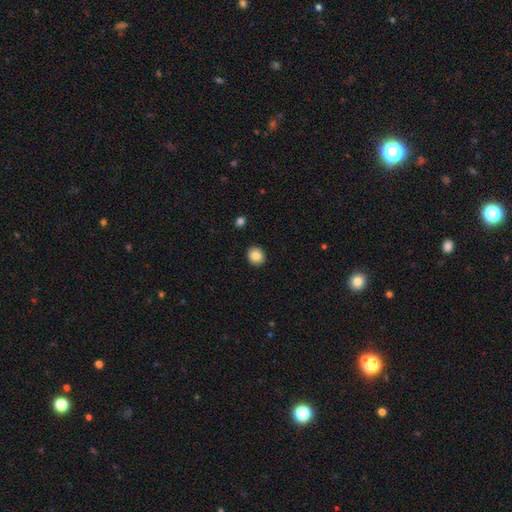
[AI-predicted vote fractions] Overall: smooth (86%). How rounded: round (81%). Merging: none (92%).